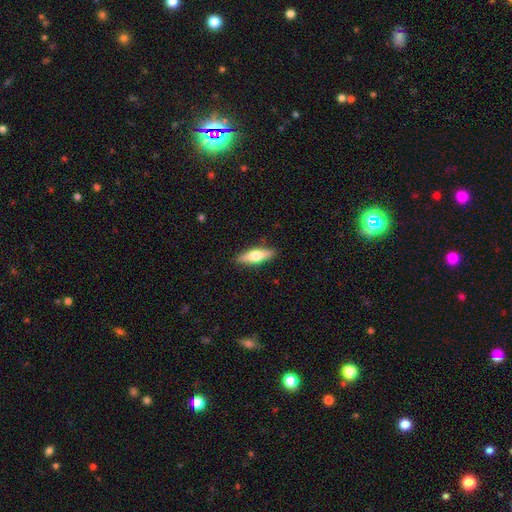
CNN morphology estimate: The model was most divided on "smooth or featured": smooth: 53%, featured or disk: 41%, star or artifact: 6%. More confident: merging — none (89%); how rounded — cigar-shaped (56%).